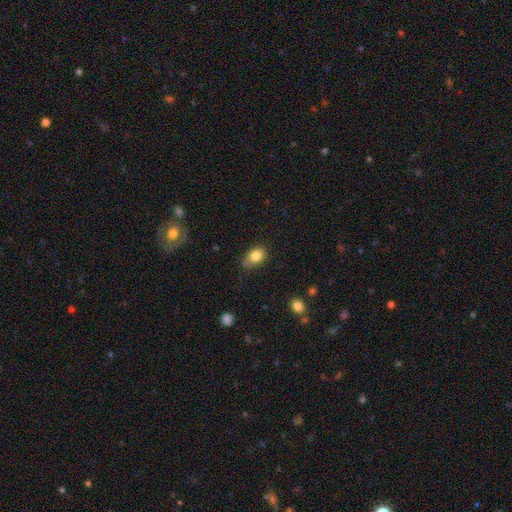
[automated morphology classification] This is clearly a smooth galaxy (83%). How rounded: likely in between (73%). Merging: likely none (60%).